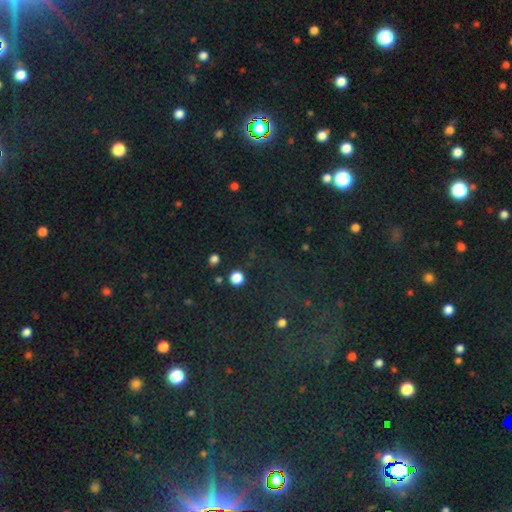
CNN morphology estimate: Smooth or featured: star or artifact — 77% (smooth — 15%)